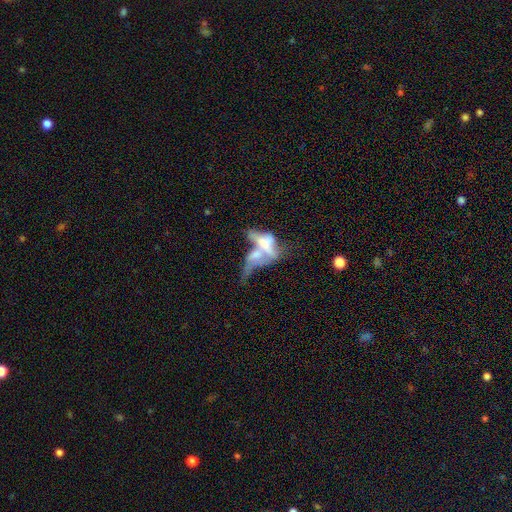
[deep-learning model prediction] smooth_or_featured: featured or disk (p=0.55) [alt: smooth p=0.35]
disk_edge_on: no (p=0.86) [alt: yes p=0.14]
merging: merger (p=0.67) [alt: major disturbance p=0.18]